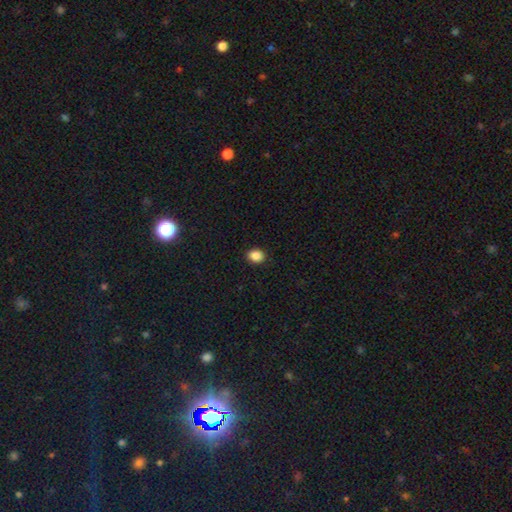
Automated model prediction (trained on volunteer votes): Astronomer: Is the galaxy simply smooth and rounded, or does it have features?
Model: smooth — 87%.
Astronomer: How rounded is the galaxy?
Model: in between — 53% (runner-up: round, 46%).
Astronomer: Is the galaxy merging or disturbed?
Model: none — 90%.